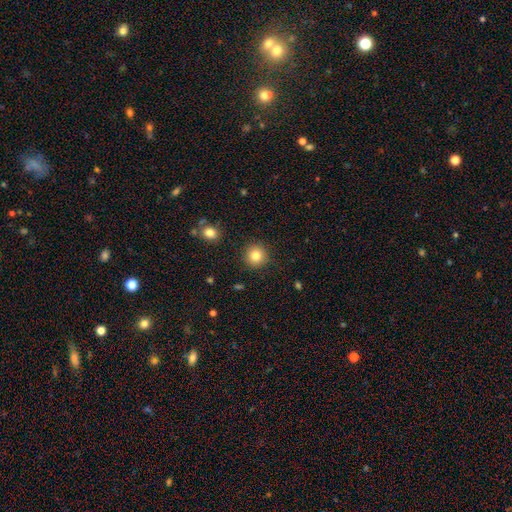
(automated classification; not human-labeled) smooth_or_featured: smooth (p=0.82) [alt: star or artifact p=0.11]
how_rounded: round (p=0.94) [alt: in between p=0.06]
merging: none (p=0.90) [alt: minor disturbance p=0.06]